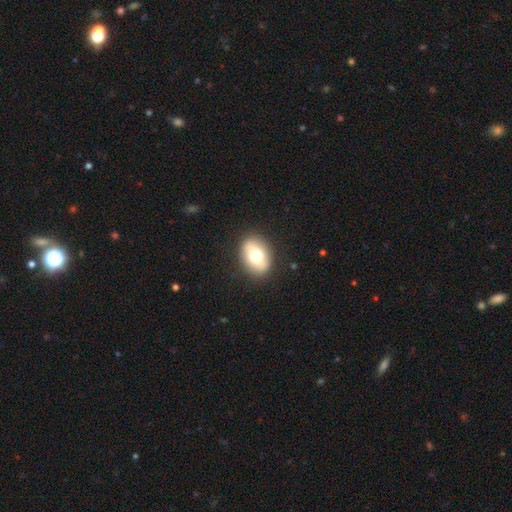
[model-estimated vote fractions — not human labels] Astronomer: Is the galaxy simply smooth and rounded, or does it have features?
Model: smooth — 71%.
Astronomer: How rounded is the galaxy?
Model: in between — 76%.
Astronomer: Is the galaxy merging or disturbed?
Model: none — 88%.